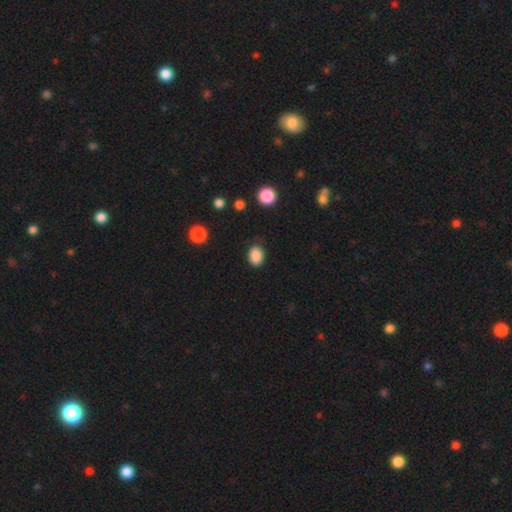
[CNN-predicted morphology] The model was most divided on "how rounded": in between: 65%, round: 34%, cigar-shaped: 1%. More confident: smooth or featured — smooth (87%); merging — none (84%).